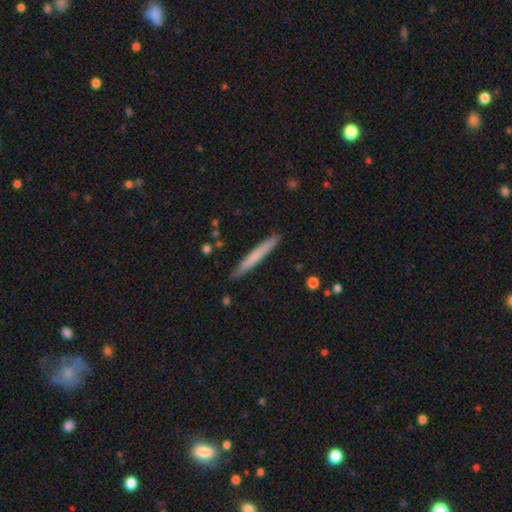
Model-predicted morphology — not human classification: A smooth galaxy with no disk features (68%) that is cigar-shaped (97%).

Vote fractions:
- Smooth or featured? smooth: 68% / featured or disk: 26% / star or artifact: 6%
- How rounded? cigar-shaped: 97% / in between: 2% / round: 1%
- Merging? none: 90% / minor disturbance: 7% / major disturbance: 1% / merger: 1%